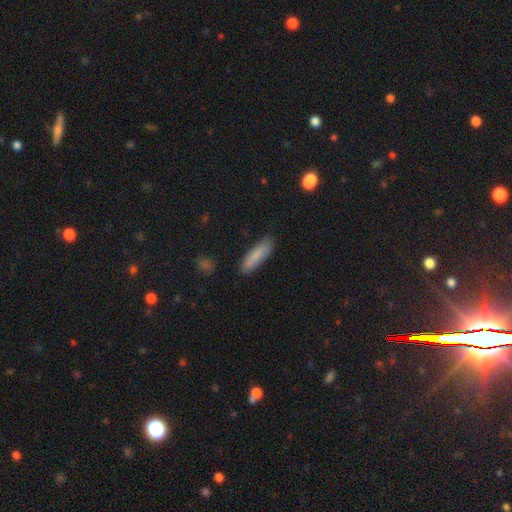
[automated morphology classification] Smooth or featured? Predicted: smooth (p=0.83). How rounded? Predicted: cigar-shaped (p=0.69). Merging? Predicted: none (p=0.82).